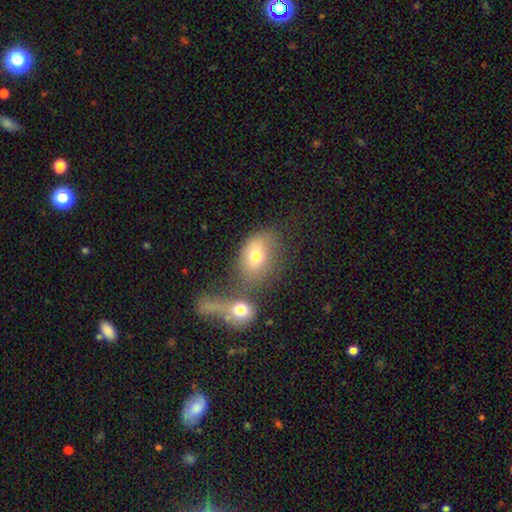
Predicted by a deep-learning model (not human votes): A smooth galaxy with no disk features (72%) that is in between round and cigar-shaped (72%).

Vote fractions:
- Smooth or featured? smooth: 72% / featured or disk: 17% / star or artifact: 11%
- How rounded? in between: 72% / round: 26% / cigar-shaped: 2%
- Merging? merger: 38% / none: 37% / minor disturbance: 13% / major disturbance: 12%